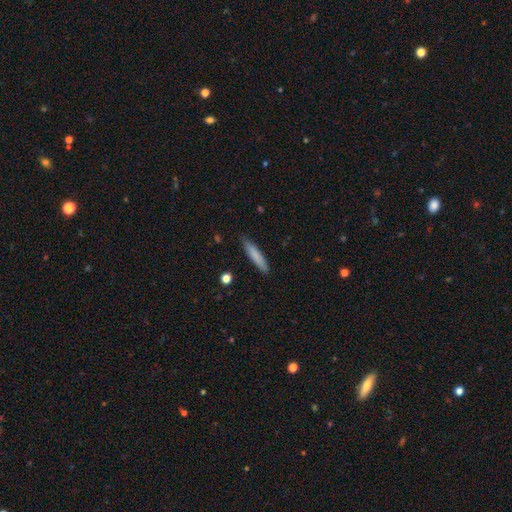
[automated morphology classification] Overall: smooth (81%). How rounded: cigar-shaped (89%). Merging: none (86%).